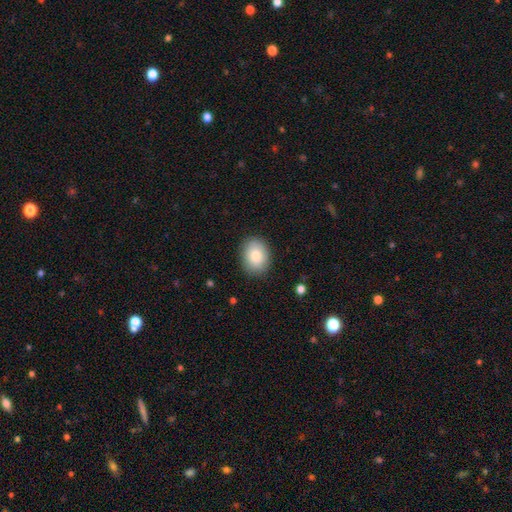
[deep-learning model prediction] Smooth or featured: smooth — 82% (featured or disk — 11%)
How rounded: in between — 59% (round — 40%)
Merging: none — 87% (minor disturbance — 10%)